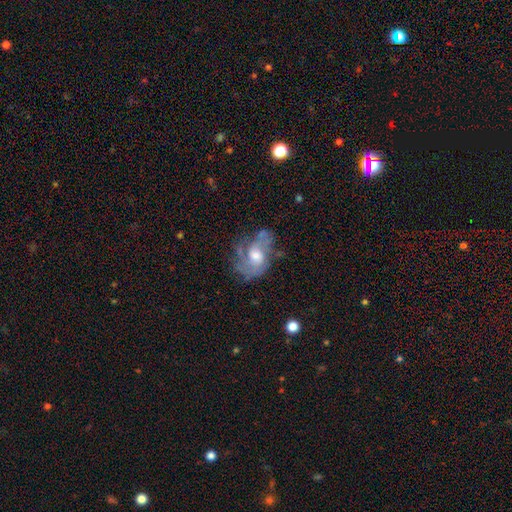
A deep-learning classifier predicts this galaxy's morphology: This appears to be a featured or disk galaxy (70%) with no bar (70%), 2 (38%) medium (43%) spiral arms (74%) and a moderate central bulge (66%). Merging: none (49%).